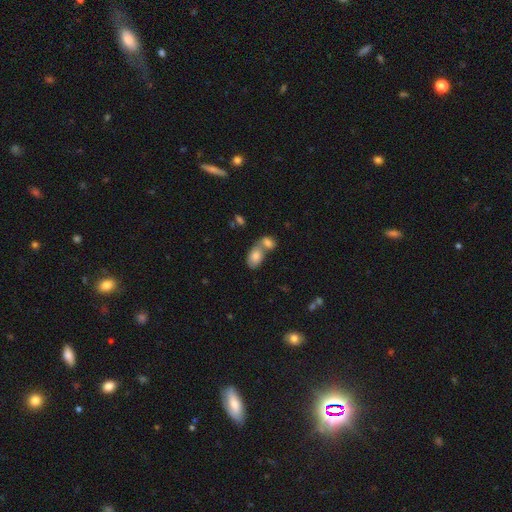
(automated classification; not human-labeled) Smooth or featured: smooth — 80% (featured or disk — 12%)
How rounded: in between — 90% (round — 9%)
Merging: merger — 61% (none — 27%)